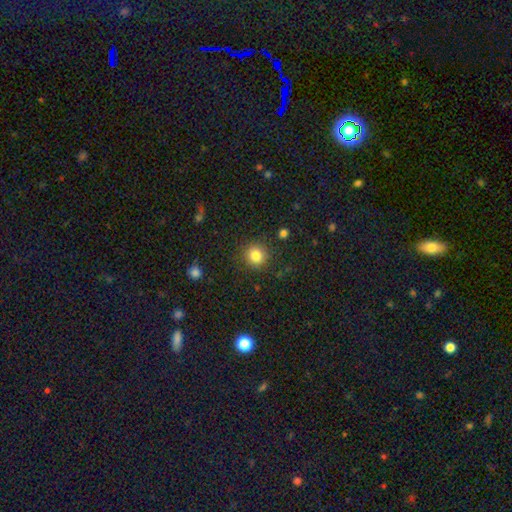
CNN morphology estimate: Smooth or featured? Predicted: smooth (p=0.83). How rounded? Predicted: round (p=0.91). Merging? Predicted: none (p=0.89).